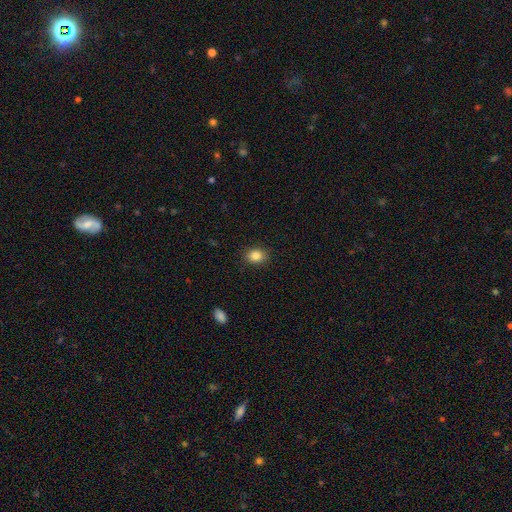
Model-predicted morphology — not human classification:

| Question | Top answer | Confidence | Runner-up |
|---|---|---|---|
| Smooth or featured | smooth | 85% | star or artifact (10%) |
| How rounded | in between | 52% | round (47%) |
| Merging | none | 89% | minor disturbance (8%) |